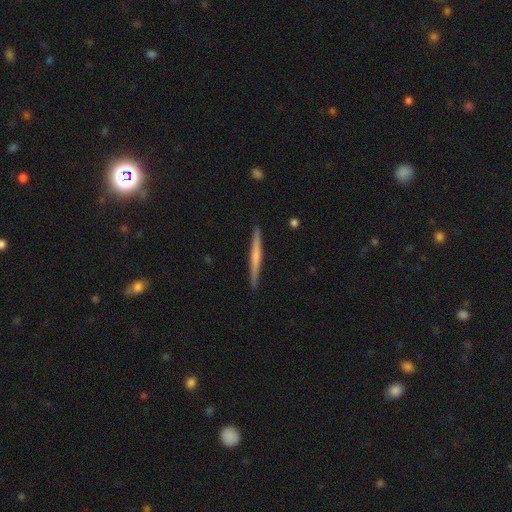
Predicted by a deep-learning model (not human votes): Smooth or featured? Predicted: smooth (p=0.48). Merging? Predicted: none (p=0.91).